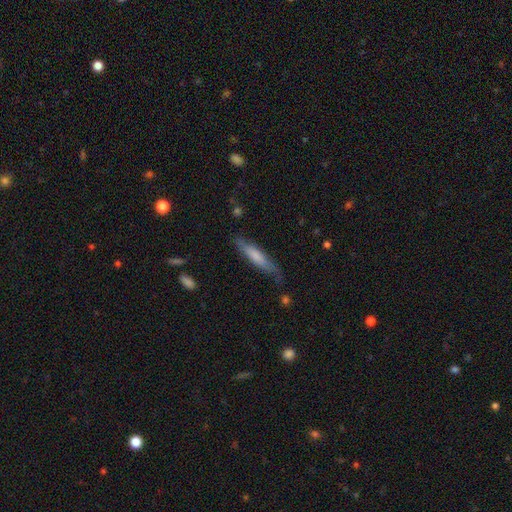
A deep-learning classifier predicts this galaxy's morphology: This is likely a smooth galaxy (63%). How rounded: clearly cigar-shaped (84%). Merging: likely none (73%).